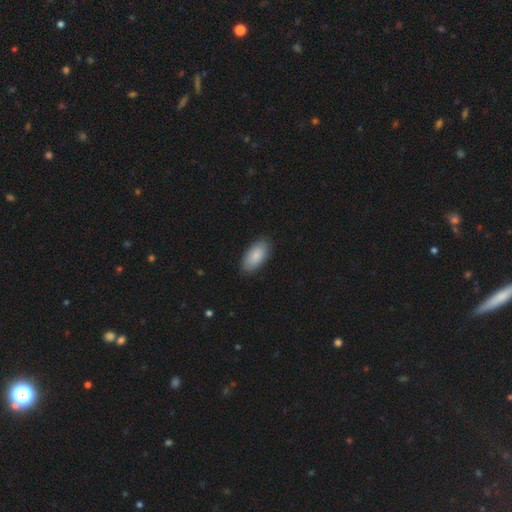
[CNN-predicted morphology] Smooth or featured? Predicted: smooth (p=0.86). How rounded? Predicted: in between (p=0.94). Merging? Predicted: none (p=0.87).